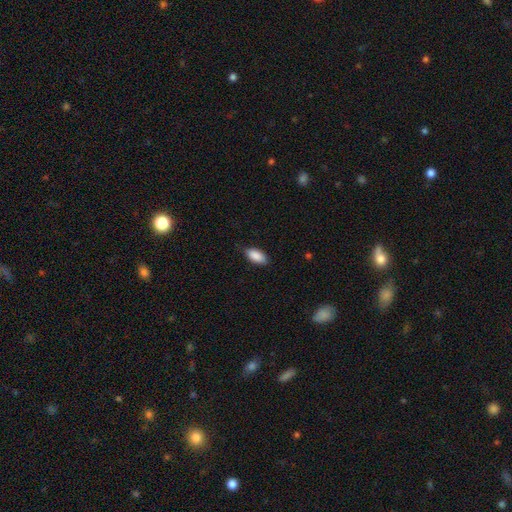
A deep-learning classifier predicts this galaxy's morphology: Smooth or featured?
  - smooth: 88% *
  - star or artifact: 6%
  - featured or disk: 5%
How rounded?
  - in between: 91% *
  - cigar-shaped: 7%
  - round: 2%
Merging?
  - none: 79% *
  - minor disturbance: 17%
  - major disturbance: 3%
  - merger: 1%